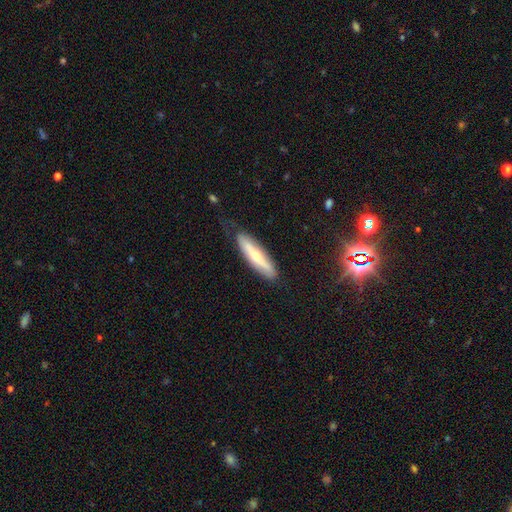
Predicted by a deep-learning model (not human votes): Smooth or featured? Predicted: smooth (p=0.48). Merging? Predicted: none (p=0.72).